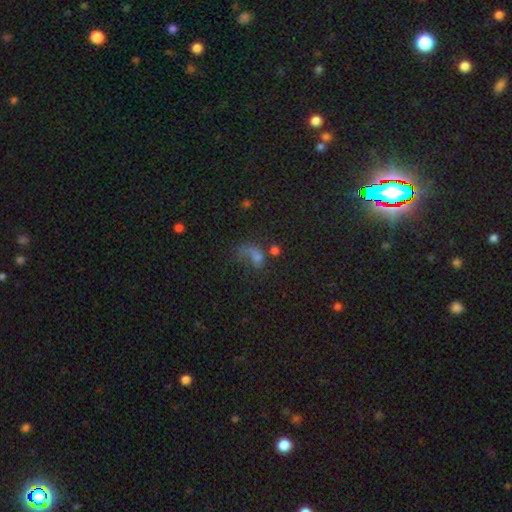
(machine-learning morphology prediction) Overall: smooth (46%; star or artifact 27%). Merging: major disturbance (40%; none 29%).